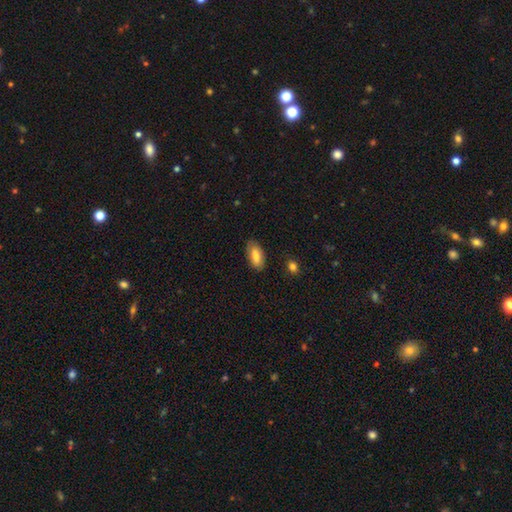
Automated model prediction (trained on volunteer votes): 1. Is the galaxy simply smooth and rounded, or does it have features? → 79% smooth, 14% featured or disk, 7% star or artifact.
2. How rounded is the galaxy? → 88% in between, 9% cigar-shaped, 3% round.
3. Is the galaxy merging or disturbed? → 83% none, 13% minor disturbance, 3% major disturbance, 1% merger.